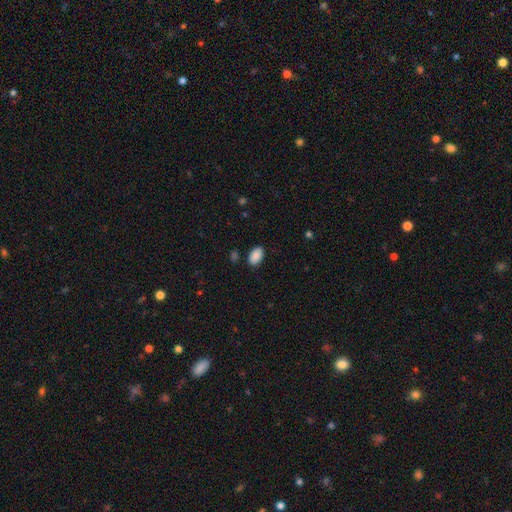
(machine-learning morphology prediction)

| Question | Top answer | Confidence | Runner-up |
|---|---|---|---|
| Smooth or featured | smooth | 89% | star or artifact (7%) |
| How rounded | in between | 92% | round (7%) |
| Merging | none | 85% | minor disturbance (11%) |